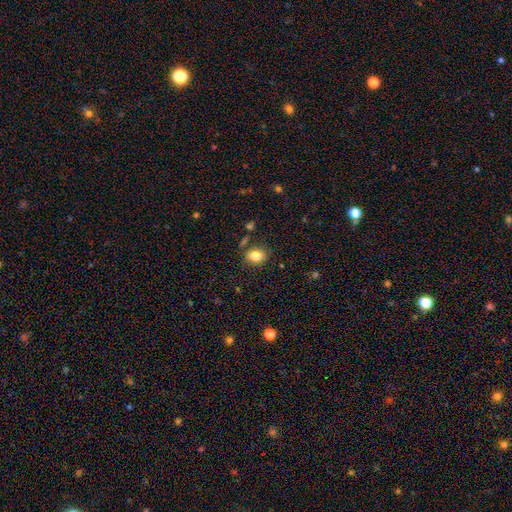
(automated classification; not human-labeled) Overall: smooth (83%). How rounded: in between (70%). Merging: none (79%).